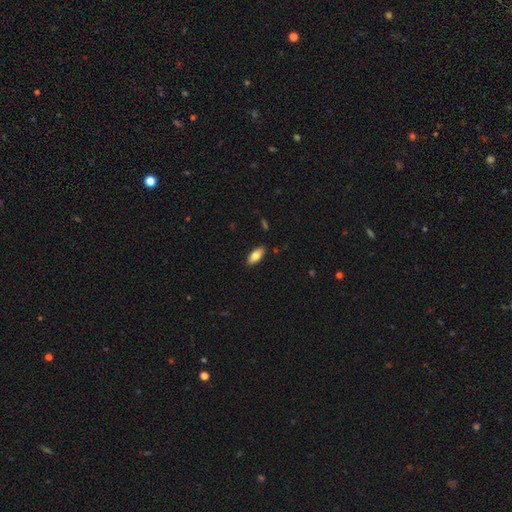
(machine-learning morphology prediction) Overall: smooth (78%). How rounded: in between (88%). Merging: none (89%).